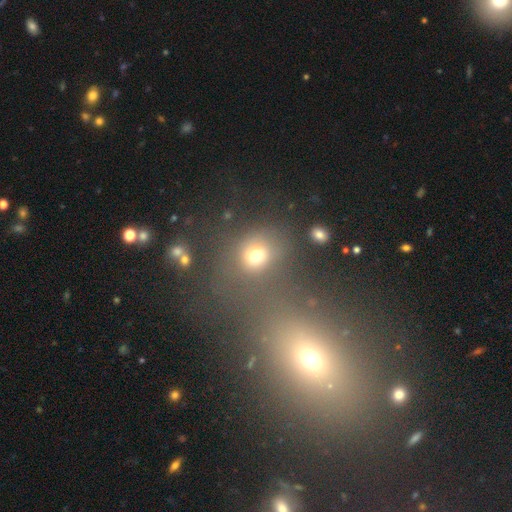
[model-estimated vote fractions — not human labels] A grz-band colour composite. It shows a smooth galaxy with no disk features (71%) that is round (68%). Merging: none (63%).